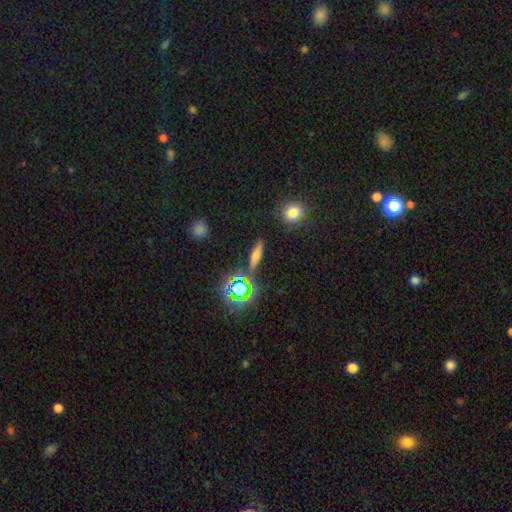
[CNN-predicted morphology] Q: Smooth or featured?
A: smooth (58%); runner-up: featured or disk (22%)
Q: How rounded?
A: cigar-shaped (63%); runner-up: in between (25%)
Q: Merging?
A: none (83%); runner-up: minor disturbance (9%)